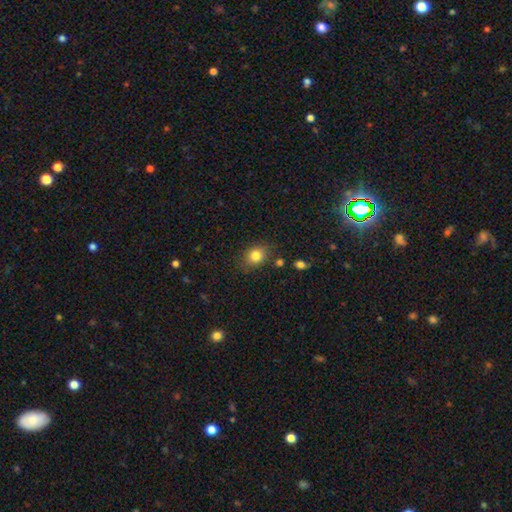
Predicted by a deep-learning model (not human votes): smooth 82%, star or artifact 11%, featured or disk 8%. Down the decision tree: how rounded — round (50%); merging — none (78%).